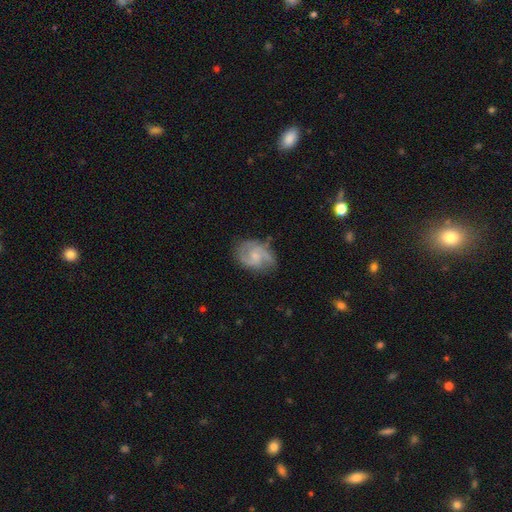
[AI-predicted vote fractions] This is likely a featured or disk galaxy (80%). It is clearly not viewed edge-on (98%). Bar: possibly no (55%). Spiral arm pattern: clearly yes (95%). Spiral arm count: likely 2 (75%). Spiral winding: possibly medium (53%). Central bulge: possibly small (57%). Merging: likely none (67%).